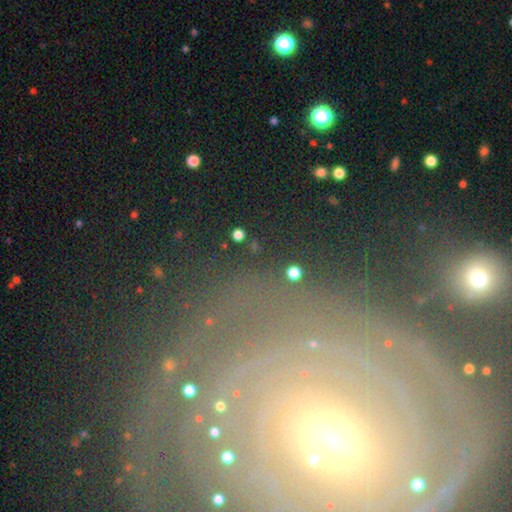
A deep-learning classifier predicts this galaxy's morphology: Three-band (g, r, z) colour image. It shows a featured or disk galaxy (64%) with no bar (64%), spiral arms (76%) and a moderate central bulge (47%). Merging: none (78%).